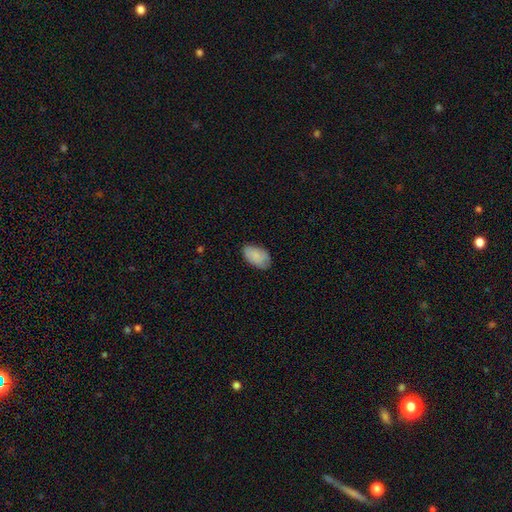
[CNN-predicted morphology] A smooth galaxy with no disk features (85%) that is in between round and cigar-shaped (94%).

Vote fractions:
- Smooth or featured? smooth: 85% / featured or disk: 8% / star or artifact: 6%
- How rounded? in between: 94% / round: 5% / cigar-shaped: 1%
- Merging? none: 75% / minor disturbance: 20% / major disturbance: 4% / merger: 1%